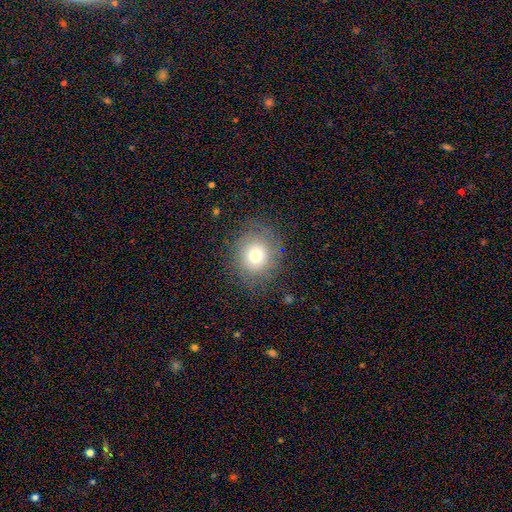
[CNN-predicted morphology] smooth-or-featured: smooth: 69% | featured or disk: 17% | star or artifact: 14%
  how-rounded: round: 75% | in between: 24% | cigar-shaped: 1%
  merging: none: 80% | minor disturbance: 13% | major disturbance: 6% | merger: 1%